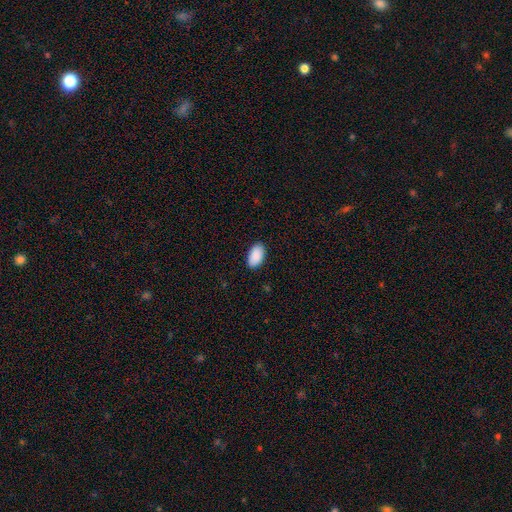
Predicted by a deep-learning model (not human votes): Q: Smooth or featured?
A: smooth (91%); runner-up: star or artifact (6%)
Q: How rounded?
A: in between (95%); runner-up: round (4%)
Q: Merging?
A: none (88%); runner-up: minor disturbance (10%)